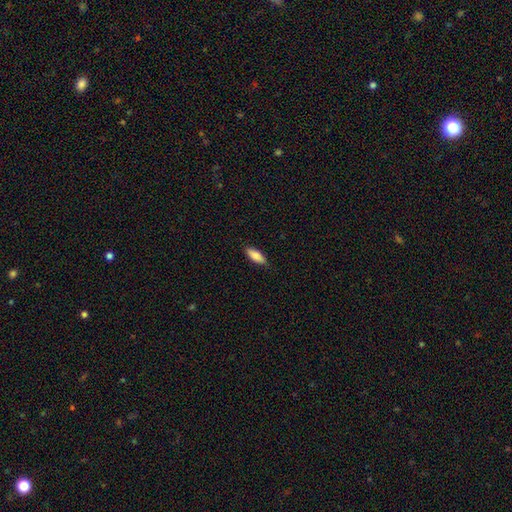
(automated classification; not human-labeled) A smooth galaxy with no disk features (86%) that is in between round and cigar-shaped (70%). Merging: none (83%).